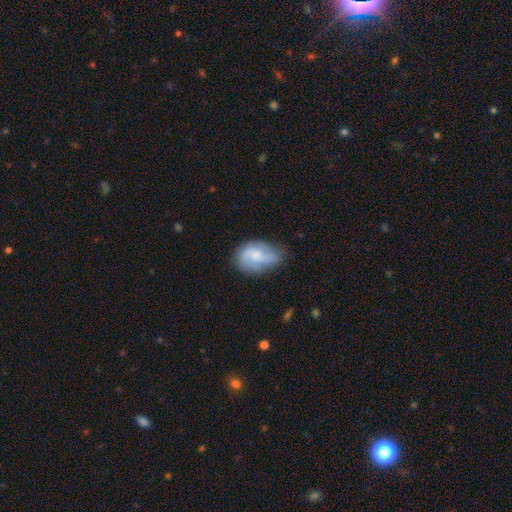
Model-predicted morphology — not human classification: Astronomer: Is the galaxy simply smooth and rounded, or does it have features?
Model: smooth — 47% (runner-up: featured or disk, 46%).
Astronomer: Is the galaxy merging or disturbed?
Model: none — 51% (runner-up: minor disturbance, 33%).